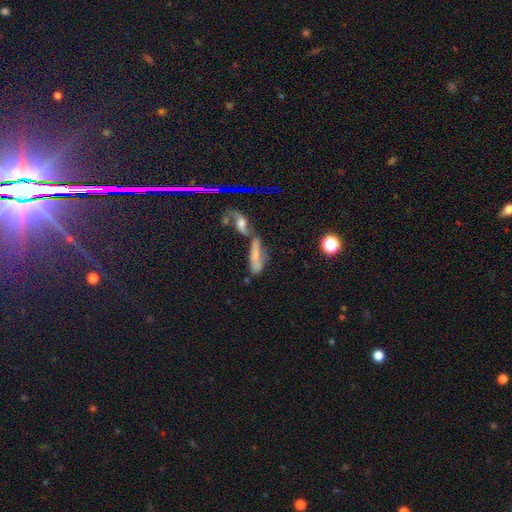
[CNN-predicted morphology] smooth_or_featured: smooth (p=0.52) [alt: featured or disk p=0.32]
how_rounded: cigar-shaped (p=0.52) [alt: in between p=0.43]
merging: merger (p=0.48) [alt: none p=0.26]